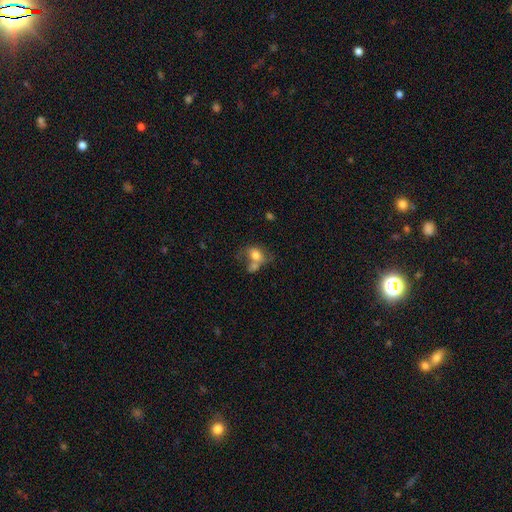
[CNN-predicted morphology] type=smooth (70%); roundness=in between (63%); merging=merger (46%).